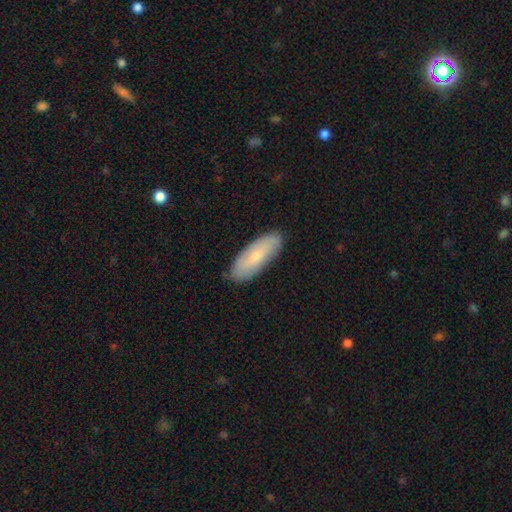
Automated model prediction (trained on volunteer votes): Morphology: type=smooth (68%); roundness=in between (71%); merging=none (85%).